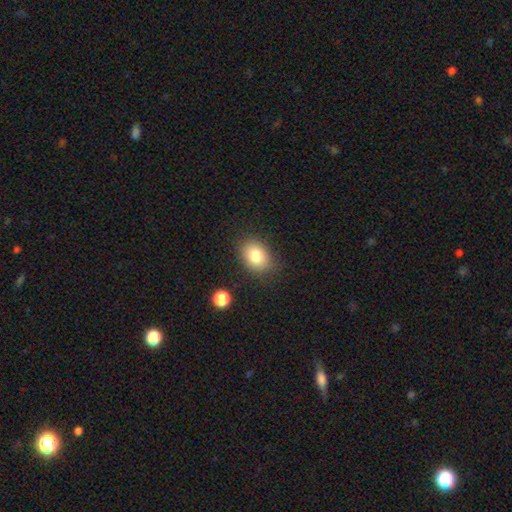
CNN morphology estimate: Overall: smooth (81%). How rounded: in between (65%; round 34%). Merging: none (82%).